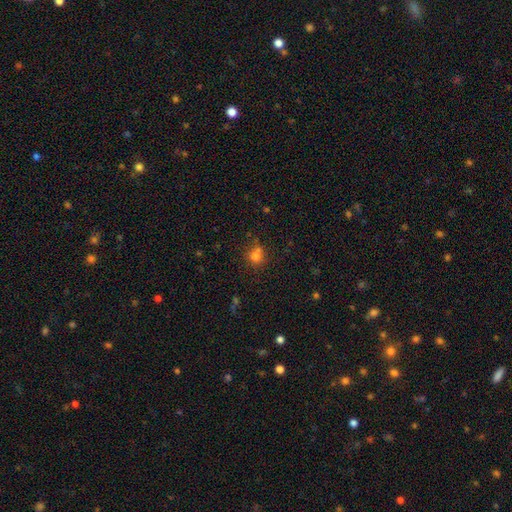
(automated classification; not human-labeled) A smooth galaxy with no disk features (74%) that is round (84%). Merging: none (56%).